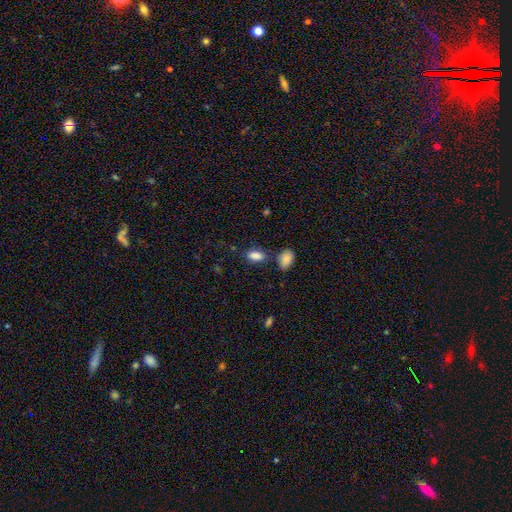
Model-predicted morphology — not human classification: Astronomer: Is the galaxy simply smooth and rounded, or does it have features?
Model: smooth — 87%.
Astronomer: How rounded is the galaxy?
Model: in between — 90%.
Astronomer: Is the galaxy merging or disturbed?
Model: none — 70%.